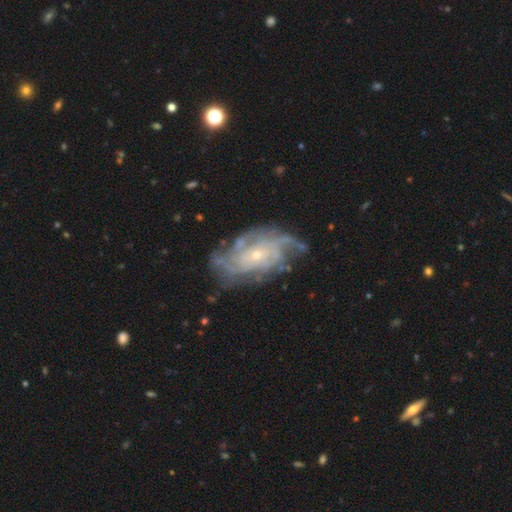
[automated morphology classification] Smooth or featured? Predicted: featured or disk (p=0.87). Edge-on disk? Predicted: no (p=0.96). Bar? Predicted: no (p=0.73). Spiral arms? Predicted: yes (p=0.95). Spiral winding? Predicted: tight (p=0.57). Spiral arm count? Predicted: can't tell (p=0.32). Bulge size? Predicted: small (p=0.78). Merging? Predicted: none (p=0.68).